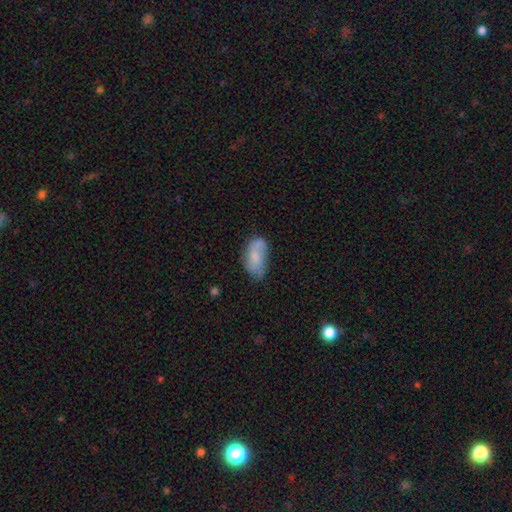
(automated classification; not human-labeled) This is possibly a smooth galaxy (58%). How rounded: clearly in between (92%). Merging: marginally none (44%).